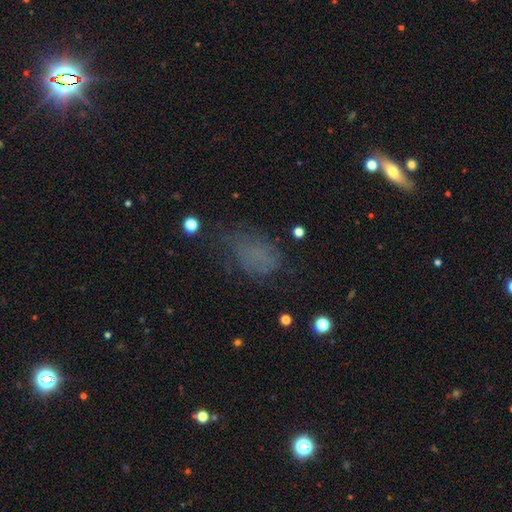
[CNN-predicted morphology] This is possibly a smooth galaxy (60%). How rounded: likely in between (75%). Merging: possibly none (48%).